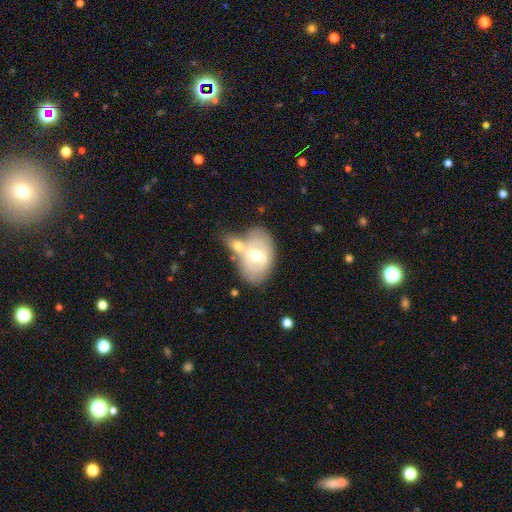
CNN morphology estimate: Smooth or featured: featured or disk — 60% (smooth — 34%)
Edge-on disk: no — 93% (yes — 7%)
Bar: weak — 47% (no — 28%)
Spiral arms: no — 62% (yes — 38%)
Bulge size: moderate — 74% (small — 16%)
Merging: none — 43% (merger — 33%)